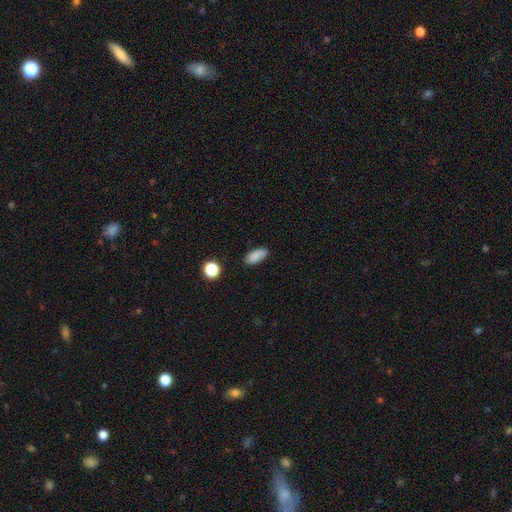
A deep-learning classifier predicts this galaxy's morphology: Smooth or featured: smooth — 84% (star or artifact — 10%)
How rounded: in between — 90% (cigar-shaped — 6%)
Merging: none — 82% (minor disturbance — 14%)